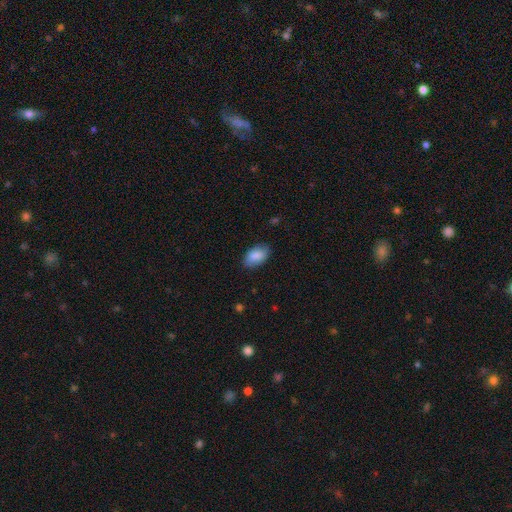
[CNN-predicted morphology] This appears to be a smooth galaxy with no disk features (87%) that is in between round and cigar-shaped (94%). Merging: none (83%).